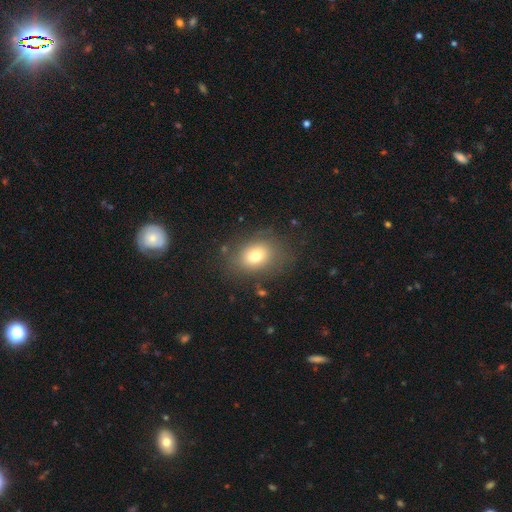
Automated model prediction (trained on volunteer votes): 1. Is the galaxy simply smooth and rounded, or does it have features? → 74% smooth, 13% featured or disk, 13% star or artifact.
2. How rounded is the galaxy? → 59% in between, 40% round, 1% cigar-shaped.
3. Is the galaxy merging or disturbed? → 77% none, 14% minor disturbance, 7% major disturbance, 2% merger.